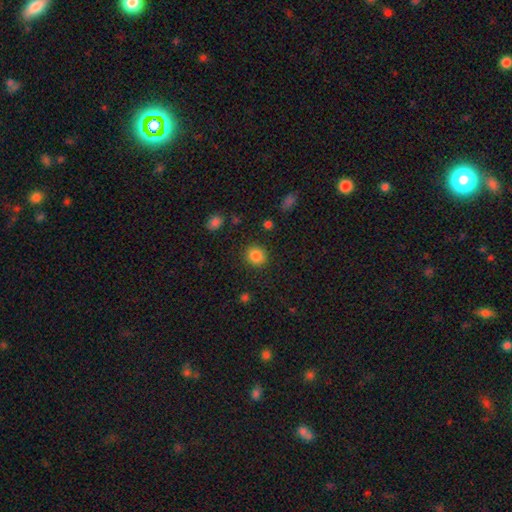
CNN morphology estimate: A smooth galaxy with no disk features (86%) that is round (84%).

Vote fractions:
- Smooth or featured? smooth: 86% / star or artifact: 10% / featured or disk: 4%
- How rounded? round: 84% / in between: 15% / cigar-shaped: 1%
- Merging? none: 89% / minor disturbance: 7% / major disturbance: 3% / merger: 2%